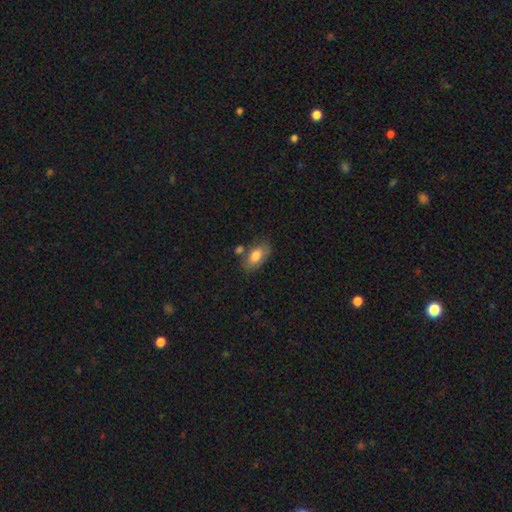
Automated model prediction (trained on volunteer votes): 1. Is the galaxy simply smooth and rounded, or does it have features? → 80% smooth, 13% featured or disk, 7% star or artifact.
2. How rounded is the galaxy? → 91% in between, 7% round, 3% cigar-shaped.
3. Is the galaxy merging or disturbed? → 64% none, 19% minor disturbance, 12% merger, 5% major disturbance.